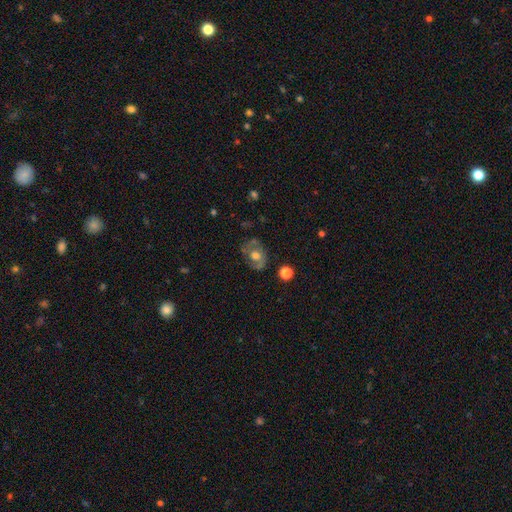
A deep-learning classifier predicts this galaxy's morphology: featured or disk 49%, smooth 42%, star or artifact 9%. Down the decision tree: merging — none (66%).